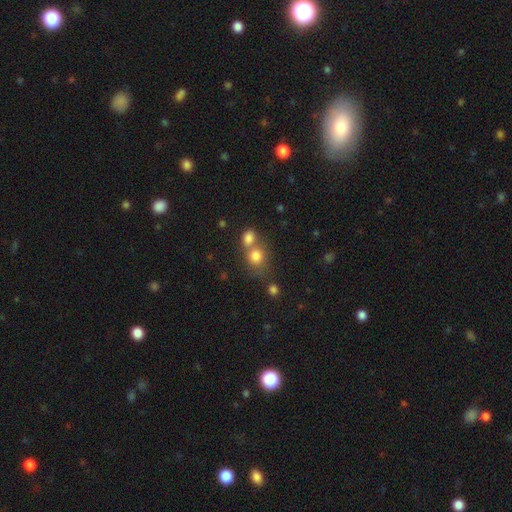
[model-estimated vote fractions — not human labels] smooth_or_featured: smooth (p=0.79) [alt: star or artifact p=0.12]
how_rounded: round (p=0.77) [alt: in between p=0.22]
merging: none (p=0.44) [tied with: merger p=0.44]